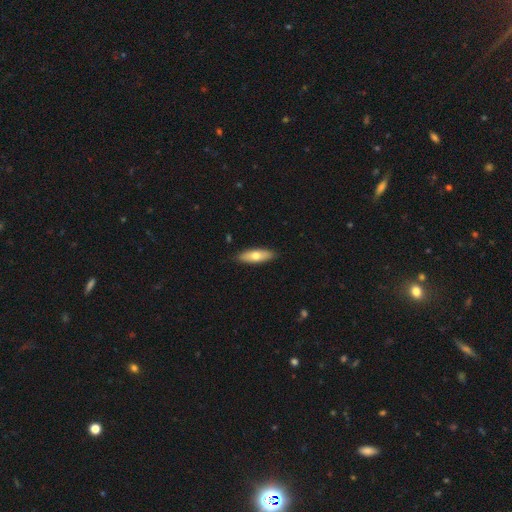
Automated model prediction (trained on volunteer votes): A smooth galaxy with no disk features (66%) that is in between round and cigar-shaped (60%).

Vote fractions:
- Smooth or featured? smooth: 66% / featured or disk: 28% / star or artifact: 6%
- How rounded? in between: 60% / cigar-shaped: 37% / round: 2%
- Merging? none: 88% / minor disturbance: 9% / major disturbance: 2% / merger: 1%